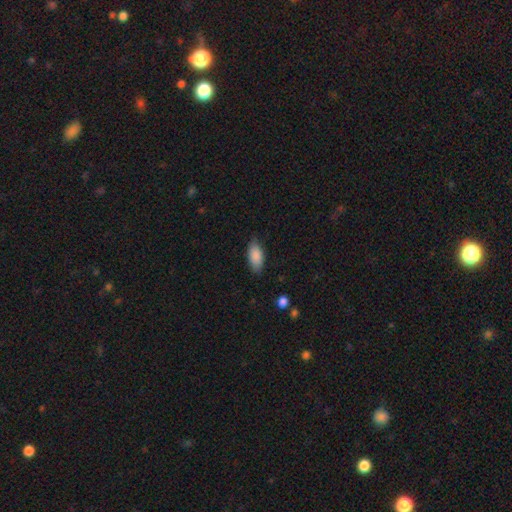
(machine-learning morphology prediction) Smooth or featured?
  - smooth: 88% *
  - star or artifact: 6%
  - featured or disk: 6%
How rounded?
  - in between: 89% *
  - cigar-shaped: 8%
  - round: 2%
Merging?
  - none: 81% *
  - minor disturbance: 15%
  - major disturbance: 3%
  - merger: 1%